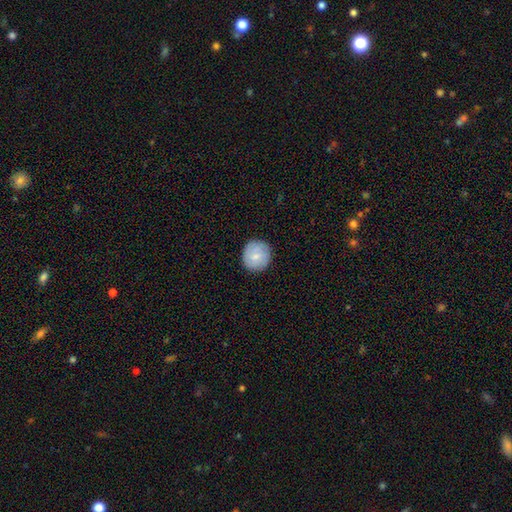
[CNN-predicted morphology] Smooth or featured: smooth — 76% (featured or disk — 18%)
How rounded: round — 91% (in between — 8%)
Merging: none — 86% (minor disturbance — 10%)